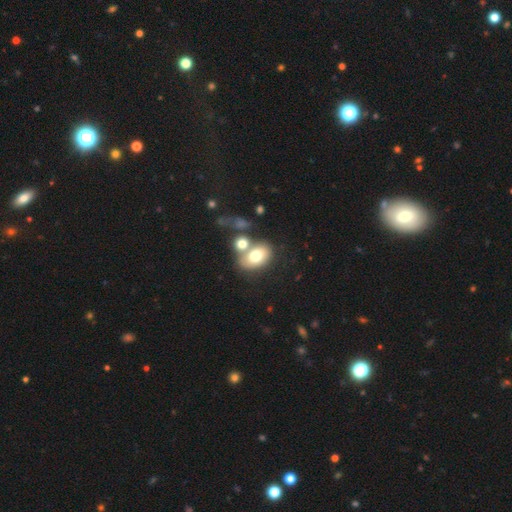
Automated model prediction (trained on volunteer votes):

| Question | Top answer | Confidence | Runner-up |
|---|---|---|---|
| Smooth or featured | smooth | 68% | featured or disk (23%) |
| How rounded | in between | 77% | round (22%) |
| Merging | merger | 41% | none (39%) |